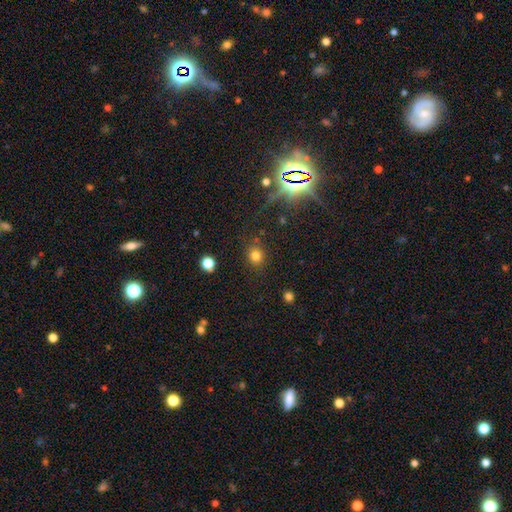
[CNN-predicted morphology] This is likely a smooth galaxy (77%). How rounded: clearly round (81%). Merging: clearly none (83%).